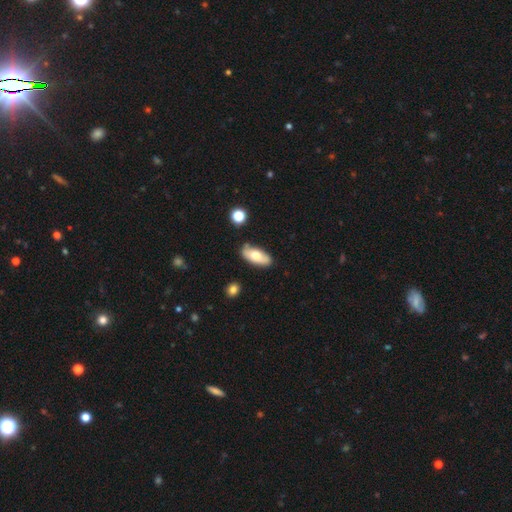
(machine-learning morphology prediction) Smooth or featured?
  - smooth: 65% *
  - featured or disk: 28%
  - star or artifact: 7%
How rounded?
  - in between: 86% *
  - cigar-shaped: 11%
  - round: 3%
Merging?
  - none: 76% *
  - minor disturbance: 17%
  - merger: 4%
  - major disturbance: 3%